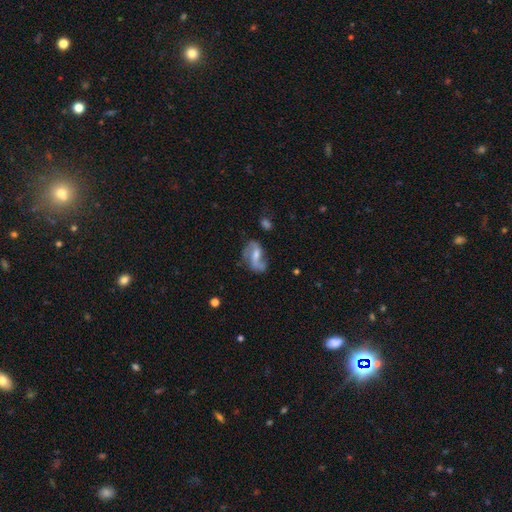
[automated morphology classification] type=featured or disk (78%); edge-on=no (97%); bar=weak (47%); spiral arms=yes (91%); winding=loose (62%); arm count=2 (85%); bulge=moderate (44%); merging=none (56%).